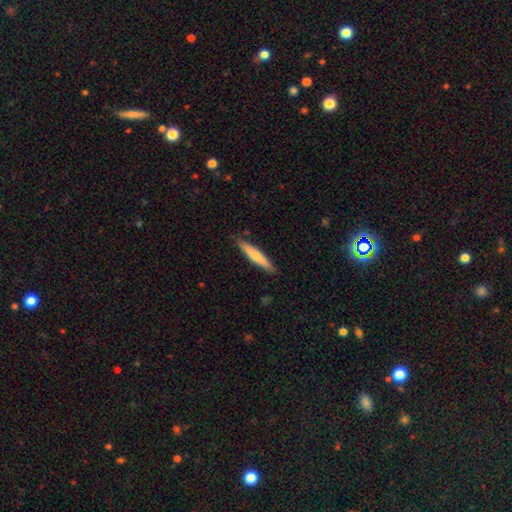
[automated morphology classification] This is likely a smooth galaxy (63%). How rounded: clearly cigar-shaped (89%). Merging: clearly none (87%).